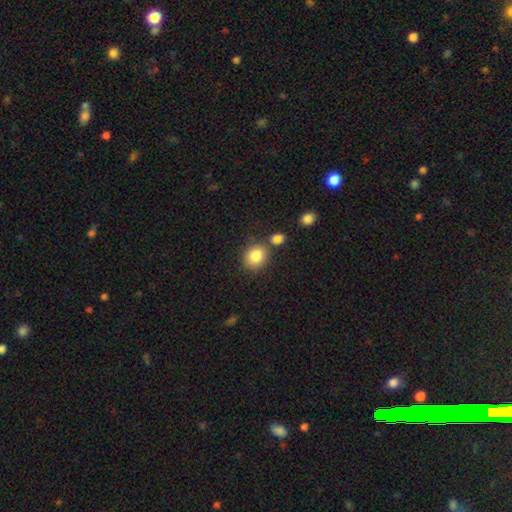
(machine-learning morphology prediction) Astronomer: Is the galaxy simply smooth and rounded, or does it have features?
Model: smooth — 85%.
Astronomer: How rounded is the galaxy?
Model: round — 67%.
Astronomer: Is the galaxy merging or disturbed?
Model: none — 69%.